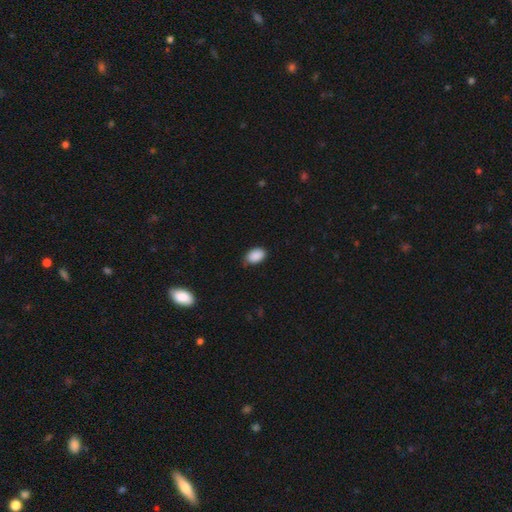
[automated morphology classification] The model was most divided on "merging": none: 72%, minor disturbance: 23%, major disturbance: 3%, merger: 1%. More confident: smooth or featured — smooth (89%); how rounded — in between (88%).